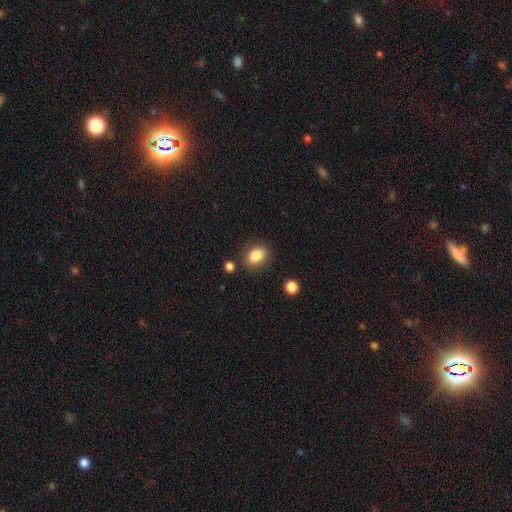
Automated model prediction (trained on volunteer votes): A smooth galaxy with no disk features (85%) that is in between round and cigar-shaped (64%).

Vote fractions:
- Smooth or featured? smooth: 85% / star or artifact: 9% / featured or disk: 6%
- How rounded? in between: 64% / round: 35% / cigar-shaped: 1%
- Merging? none: 79% / minor disturbance: 12% / merger: 5% / major disturbance: 4%